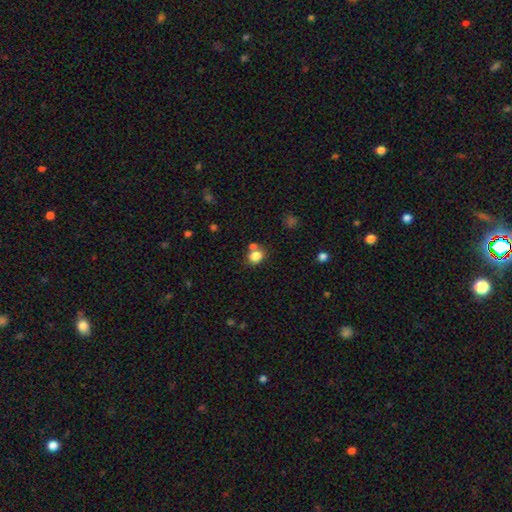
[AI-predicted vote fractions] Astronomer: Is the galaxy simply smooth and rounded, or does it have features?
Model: smooth — 82%.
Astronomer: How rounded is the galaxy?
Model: round — 64%.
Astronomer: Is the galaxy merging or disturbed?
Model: none — 61%.